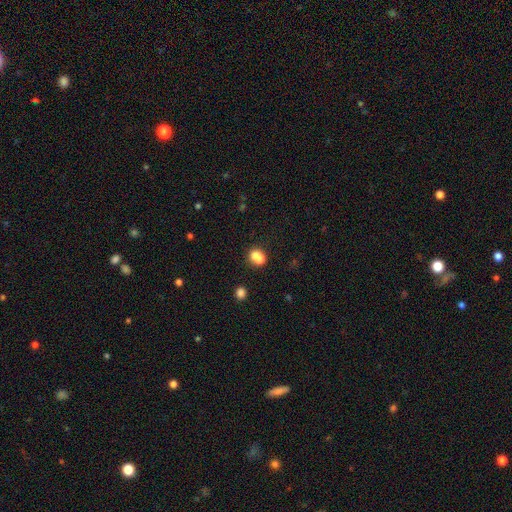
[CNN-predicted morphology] Smooth or featured? Predicted: smooth (p=0.71). How rounded? Predicted: round (p=0.58). Merging? Predicted: merger (p=0.53).